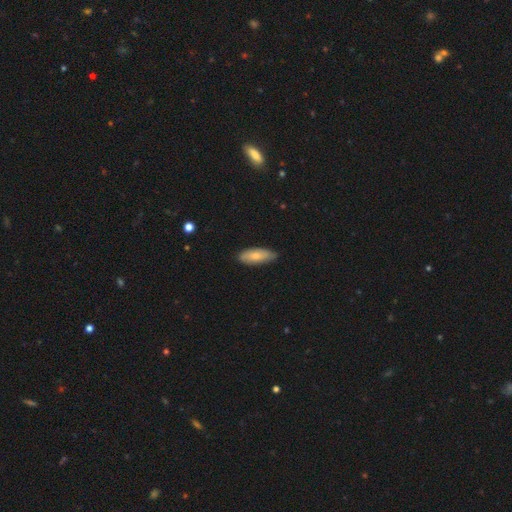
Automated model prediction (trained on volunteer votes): smooth 74%, featured or disk 20%, star or artifact 5%. Down the decision tree: how rounded — in between (75%); merging — none (78%).